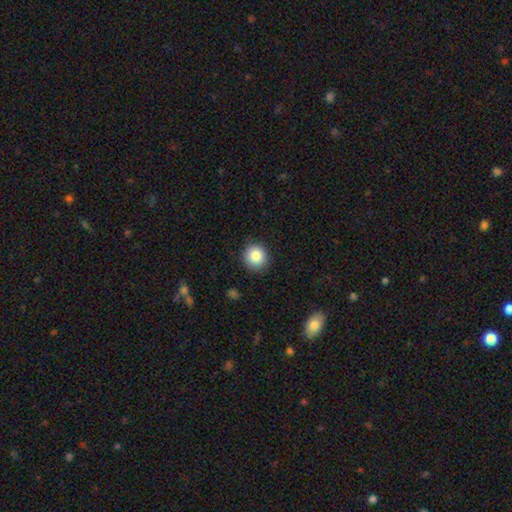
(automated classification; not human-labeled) A smooth galaxy with no disk features (85%) that is round (90%).

Vote fractions:
- Smooth or featured? smooth: 85% / star or artifact: 9% / featured or disk: 6%
- How rounded? round: 90% / in between: 9% / cigar-shaped: 1%
- Merging? none: 89% / minor disturbance: 8% / major disturbance: 2% / merger: 1%